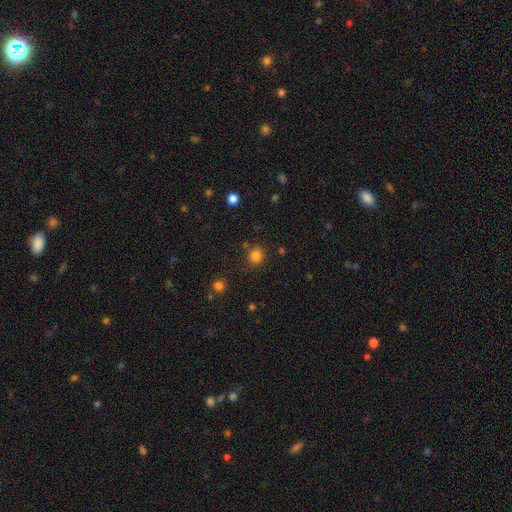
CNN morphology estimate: This is clearly a smooth galaxy (81%). How rounded: clearly round (87%). Merging: clearly none (82%).